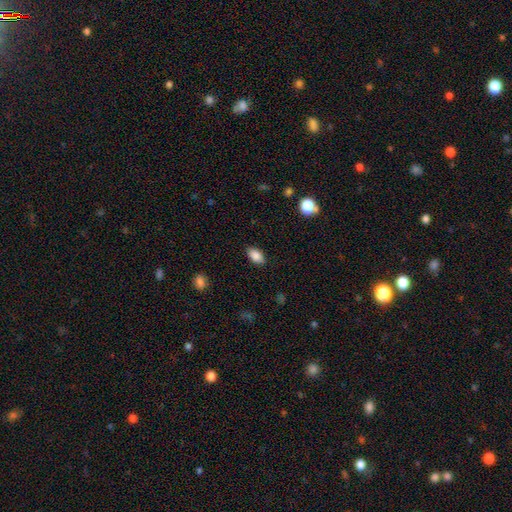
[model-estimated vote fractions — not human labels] A smooth galaxy with no disk features (87%) that is in between round and cigar-shaped (91%). Merging: none (87%).